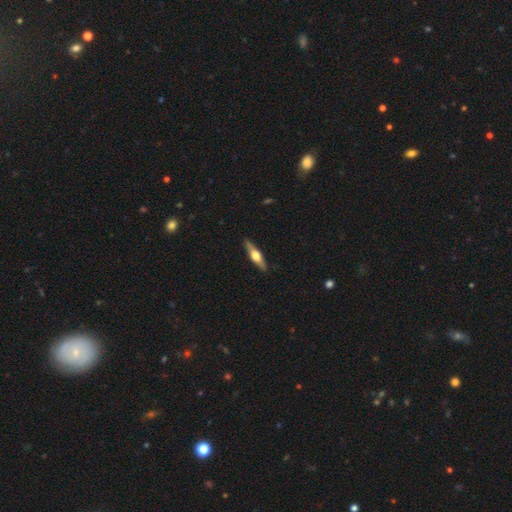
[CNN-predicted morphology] This is likely a featured or disk galaxy (65%). It is clearly viewed edge-on (96%). Edge-on bulge: clearly rounded (92%). Merging: clearly none (89%).